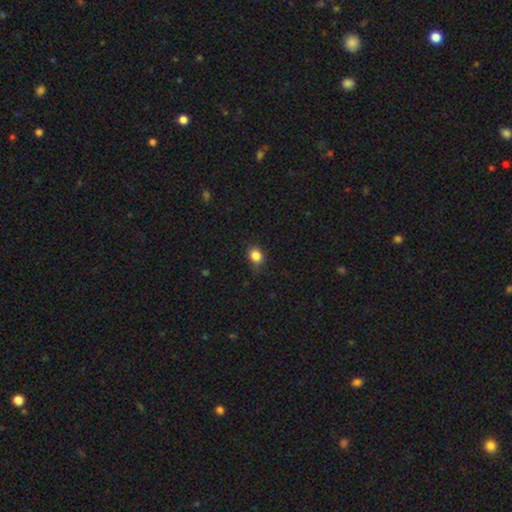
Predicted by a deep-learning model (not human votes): smooth 84%, star or artifact 11%, featured or disk 5%. Down the decision tree: how rounded — round (57%); merging — none (75%).